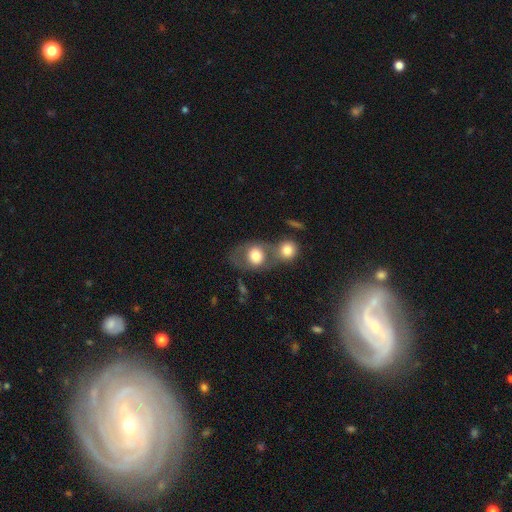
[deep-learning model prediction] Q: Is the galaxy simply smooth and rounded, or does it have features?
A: smooth — 70%.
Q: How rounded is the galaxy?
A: round — 57%.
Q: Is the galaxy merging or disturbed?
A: merger — 46%.